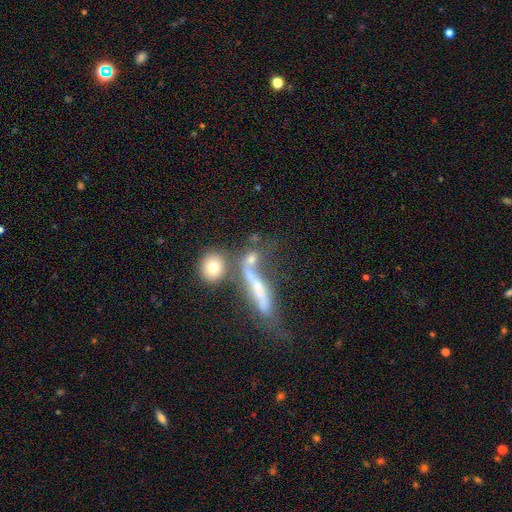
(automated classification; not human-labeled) Smooth or featured: featured or disk — 51% (smooth — 35%)
Edge-on disk: yes — 63% (no — 37%)
Merging: none — 35% (merger — 31%)